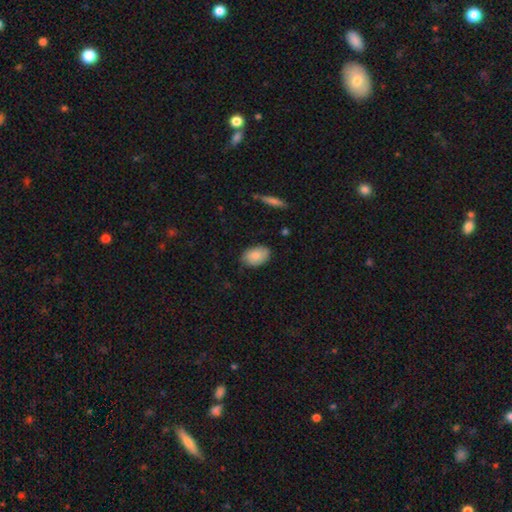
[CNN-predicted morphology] smooth 86%, featured or disk 8%, star or artifact 6%. Down the decision tree: how rounded — in between (91%); merging — none (82%).